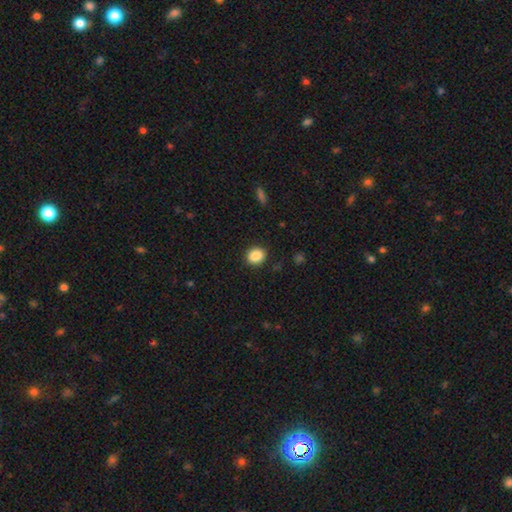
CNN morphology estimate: Overall: smooth (88%). How rounded: round (70%). Merging: none (90%).